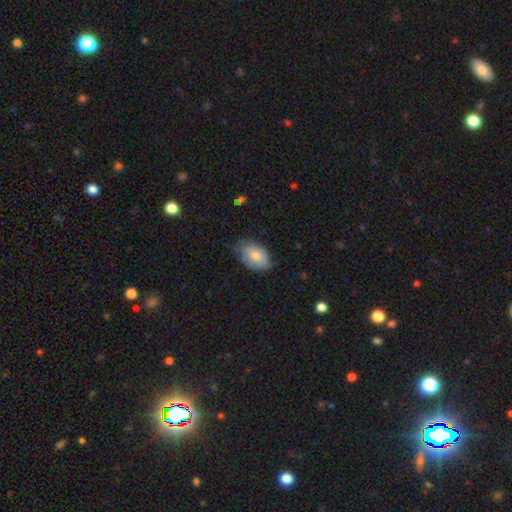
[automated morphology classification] This appears to be a smooth galaxy with no disk features (75%) that is in between round and cigar-shaped (86%). Merging: none (59%).